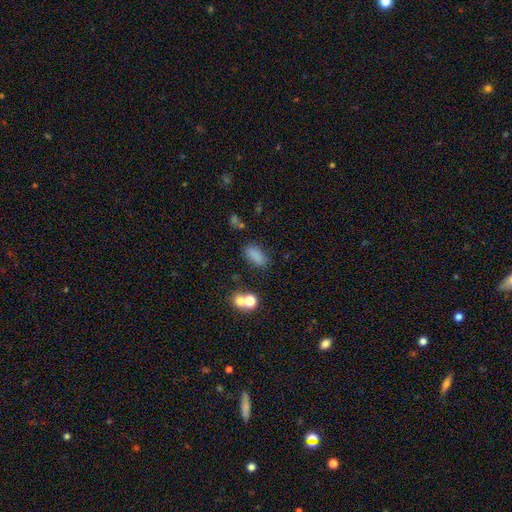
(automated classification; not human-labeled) smooth_or_featured: smooth (p=0.81) [alt: star or artifact p=0.12]
how_rounded: in between (p=0.85) [alt: cigar-shaped p=0.08]
merging: none (p=0.71) [alt: minor disturbance p=0.15]